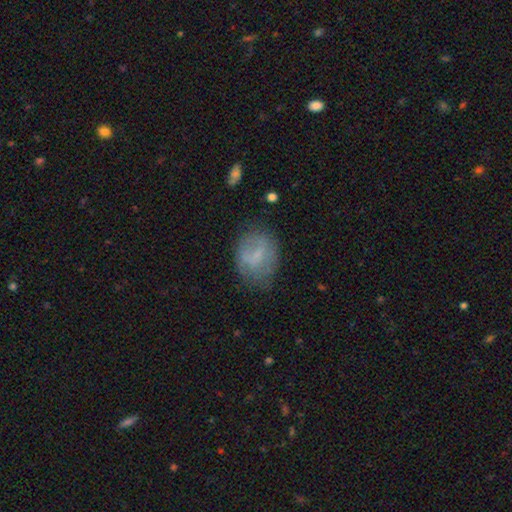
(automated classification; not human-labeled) Overall: smooth (57%; featured or disk 34%). How rounded: in between (53%; round 46%). Merging: none (59%; minor disturbance 26%).